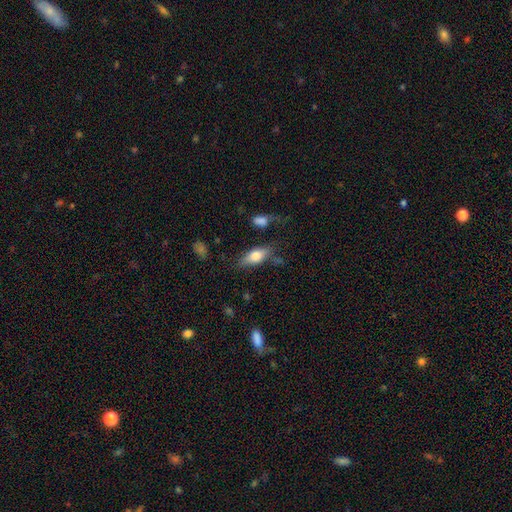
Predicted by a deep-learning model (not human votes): Smooth or featured? smooth (65%)
How rounded? in between (75%)
Merging? none (66%)